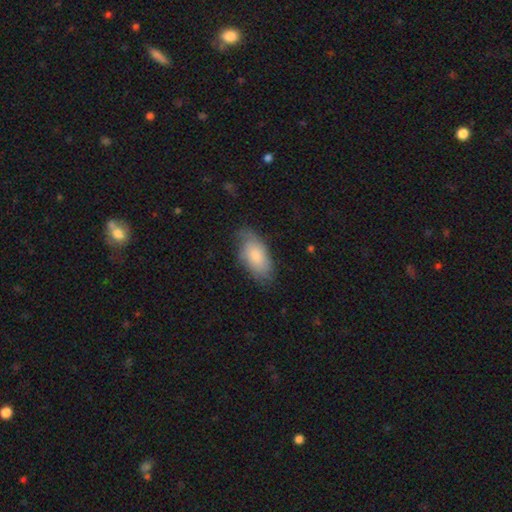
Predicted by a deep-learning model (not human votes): A smooth galaxy with no disk features (70%) that is in between round and cigar-shaped (92%).

Vote fractions:
- Smooth or featured? smooth: 70% / featured or disk: 23% / star or artifact: 6%
- How rounded? in between: 92% / cigar-shaped: 5% / round: 3%
- Merging? none: 63% / minor disturbance: 28% / major disturbance: 8% / merger: 1%